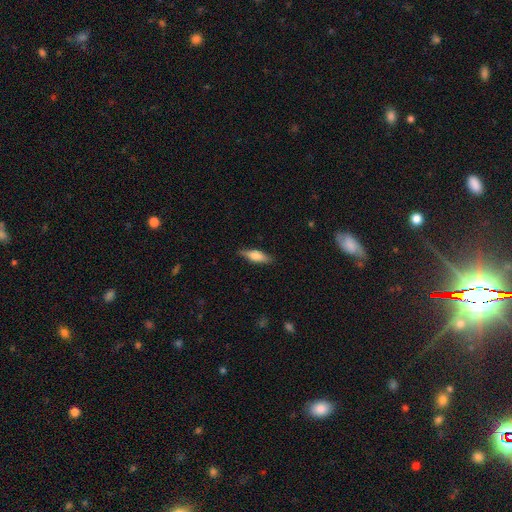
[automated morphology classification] Smooth or featured? Predicted: smooth (p=0.66). How rounded? Predicted: in between (p=0.50). Merging? Predicted: none (p=0.85).